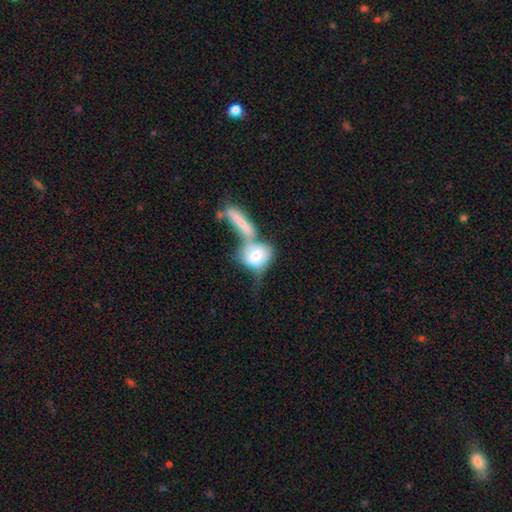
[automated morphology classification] This appears to be a smooth galaxy with no disk features (63%) that is in between round and cigar-shaped (49%). Merging: merger (58%).